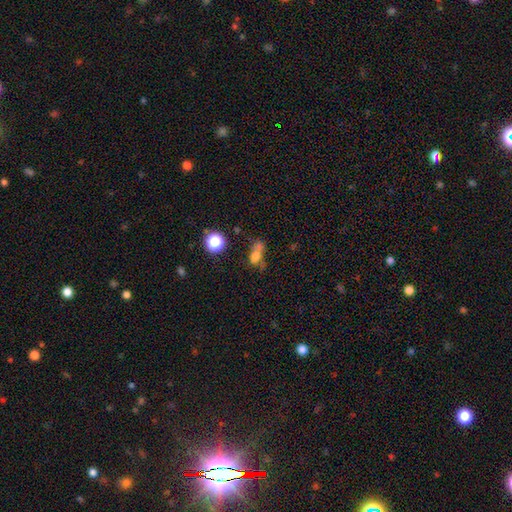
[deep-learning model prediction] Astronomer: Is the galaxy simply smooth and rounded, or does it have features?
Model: smooth — 64%.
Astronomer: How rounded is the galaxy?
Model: in between — 58% (runner-up: round, 35%).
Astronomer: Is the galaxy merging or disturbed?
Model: merger — 40% (runner-up: none, 30%).